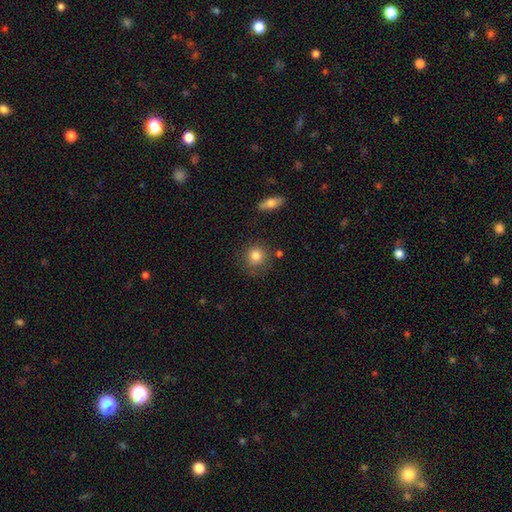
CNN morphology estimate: Smooth or featured? smooth (82%)
How rounded? round (85%)
Merging? none (76%)